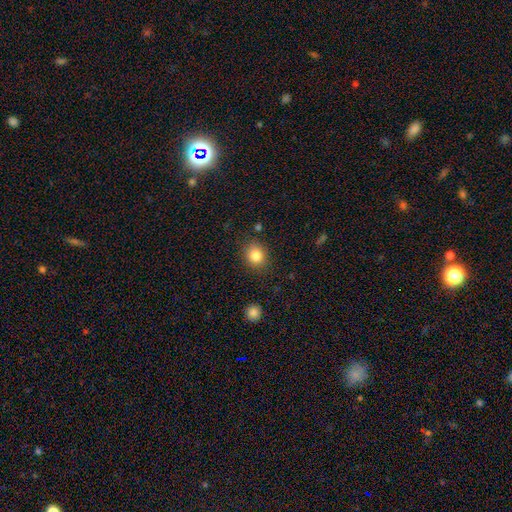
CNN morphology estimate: A smooth galaxy with no disk features (83%) that is round (68%).

Vote fractions:
- Smooth or featured? smooth: 83% / star or artifact: 10% / featured or disk: 6%
- How rounded? round: 68% / in between: 31% / cigar-shaped: 1%
- Merging? none: 85% / minor disturbance: 10% / major disturbance: 3% / merger: 2%